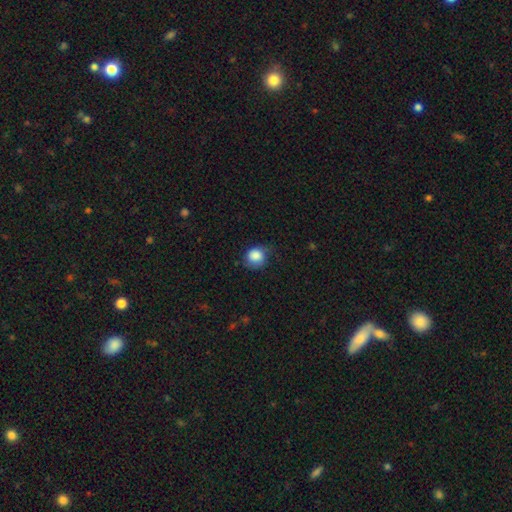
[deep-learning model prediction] smooth_or_featured: smooth (p=0.84) [alt: featured or disk p=0.08]
how_rounded: round (p=0.75) [alt: in between p=0.24]
merging: none (p=0.56) [alt: minor disturbance p=0.32]